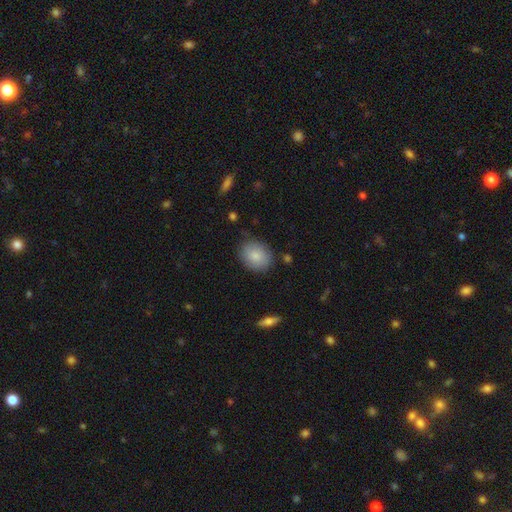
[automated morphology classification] smooth_or_featured: smooth (p=0.85) [alt: featured or disk p=0.09]
how_rounded: in between (p=0.52) [alt: round p=0.46]
merging: none (p=0.80) [alt: minor disturbance p=0.15]